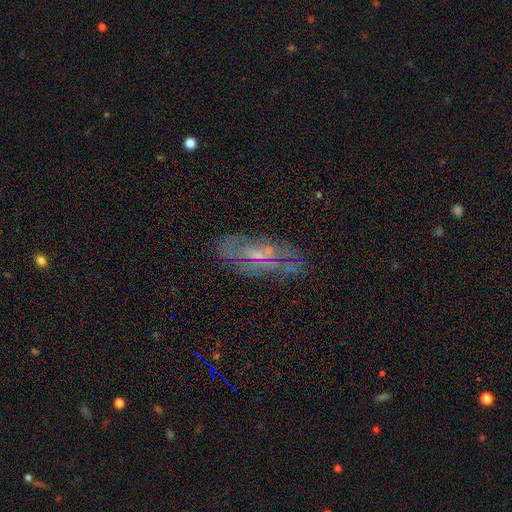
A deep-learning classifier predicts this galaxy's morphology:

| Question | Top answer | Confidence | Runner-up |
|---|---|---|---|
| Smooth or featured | featured or disk | 66% | smooth (20%) |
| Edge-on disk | no | 80% | yes (20%) |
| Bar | no | 44% | weak (42%) |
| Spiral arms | yes | 62% | no (38%) |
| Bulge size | small | 61% | moderate (24%) |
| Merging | none | 71% | minor disturbance (18%) |